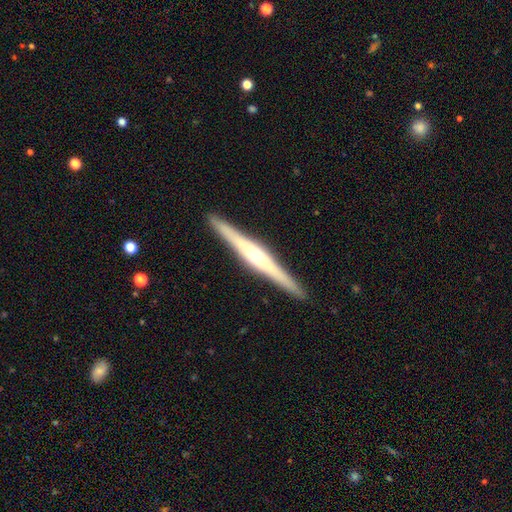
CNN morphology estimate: Smooth or featured?
  - featured or disk: 81% *
  - smooth: 14%
  - star or artifact: 5%
Edge-on disk?
  - yes: 98% *
  - no: 2%
Edge-on bulge?
  - rounded: 76% *
  - boxy: 18%
  - none: 6%
Merging?
  - none: 92% *
  - minor disturbance: 6%
  - major disturbance: 1%
  - merger: 1%